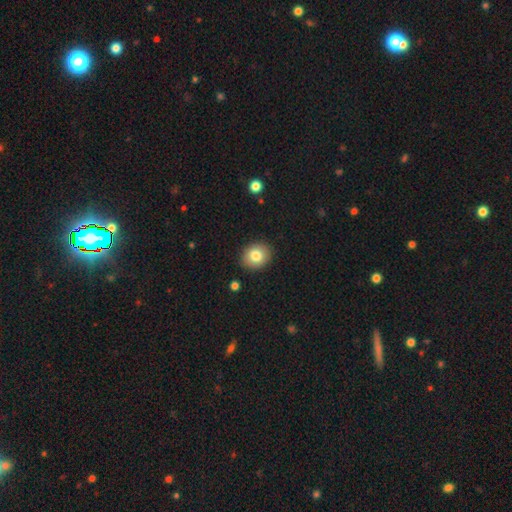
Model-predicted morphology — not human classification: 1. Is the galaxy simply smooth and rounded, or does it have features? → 81% smooth, 10% featured or disk, 9% star or artifact.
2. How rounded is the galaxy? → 62% round, 37% in between, 1% cigar-shaped.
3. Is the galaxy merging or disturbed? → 89% none, 8% minor disturbance, 2% major disturbance, 1% merger.